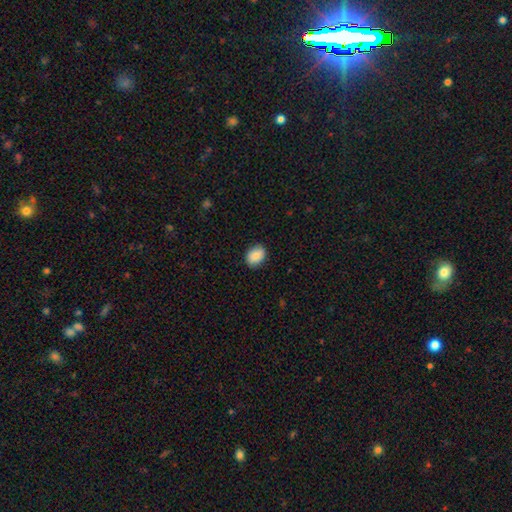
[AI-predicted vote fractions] smooth 87%, star or artifact 7%, featured or disk 6%. Down the decision tree: how rounded — in between (68%); merging — none (88%).